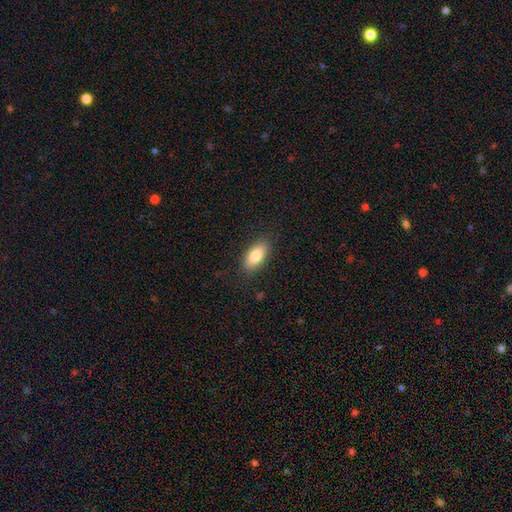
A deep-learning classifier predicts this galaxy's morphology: Q: Smooth or featured?
A: smooth (80%); runner-up: featured or disk (13%)
Q: How rounded?
A: in between (87%); runner-up: cigar-shaped (10%)
Q: Merging?
A: none (87%); runner-up: minor disturbance (10%)